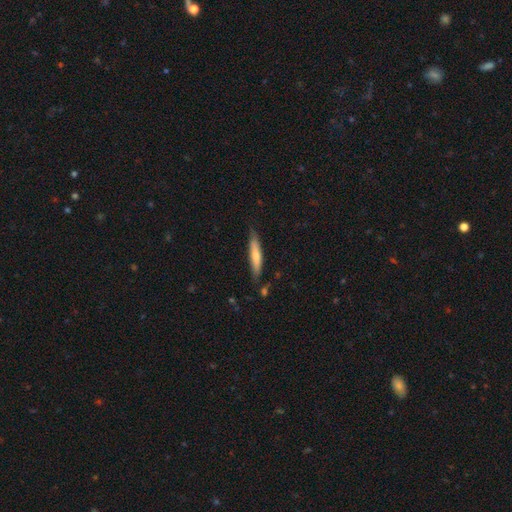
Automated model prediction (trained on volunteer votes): Q: Smooth or featured?
A: smooth (67%); runner-up: featured or disk (27%)
Q: How rounded?
A: cigar-shaped (88%); runner-up: in between (11%)
Q: Merging?
A: none (77%); runner-up: minor disturbance (17%)